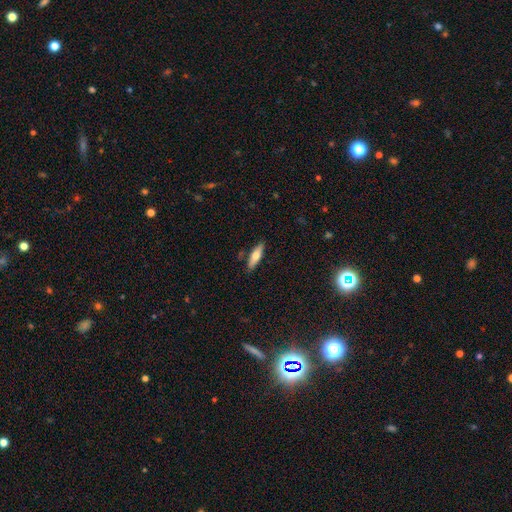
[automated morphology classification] Smooth or featured: smooth — 62% (featured or disk — 32%)
How rounded: cigar-shaped — 59% (in between — 39%)
Merging: none — 85% (minor disturbance — 10%)